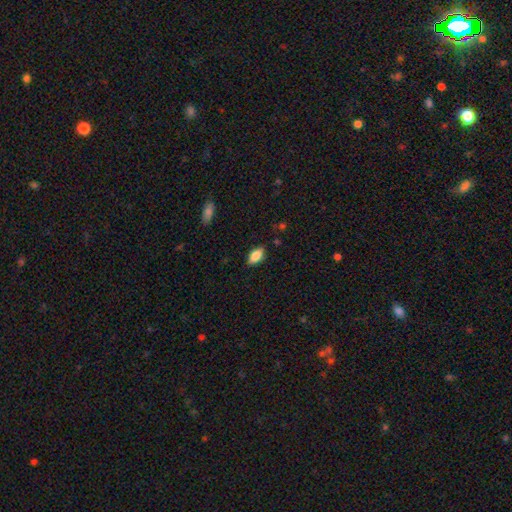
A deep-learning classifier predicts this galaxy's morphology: The model was most divided on "smooth or featured": smooth: 80%, featured or disk: 12%, star or artifact: 7%. More confident: how rounded — in between (89%); merging — none (85%).